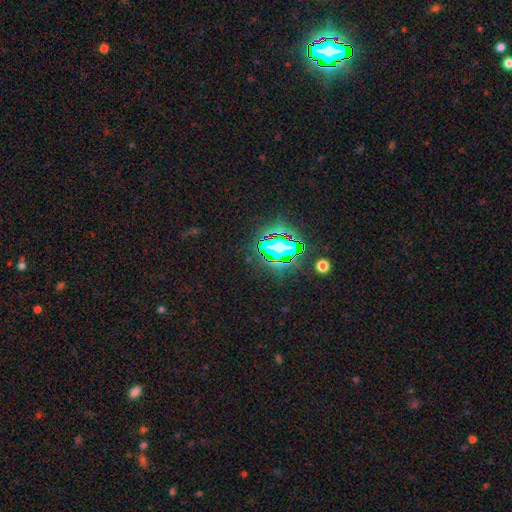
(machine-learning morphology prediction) star or artifact 79%, smooth 14%, featured or disk 7%.